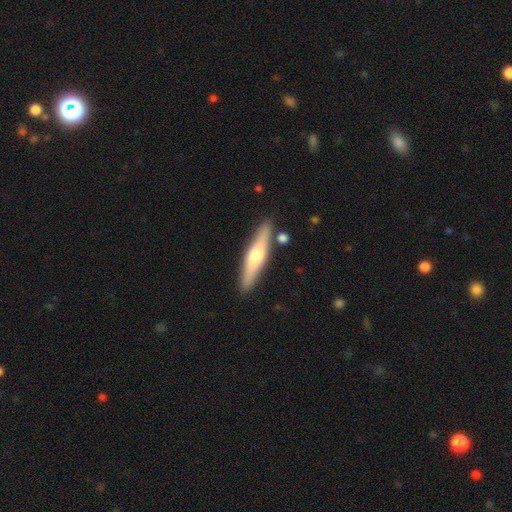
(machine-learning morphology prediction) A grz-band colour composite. It shows a featured or disk galaxy (51%) viewed edge-on (92%). Merging: none (86%).